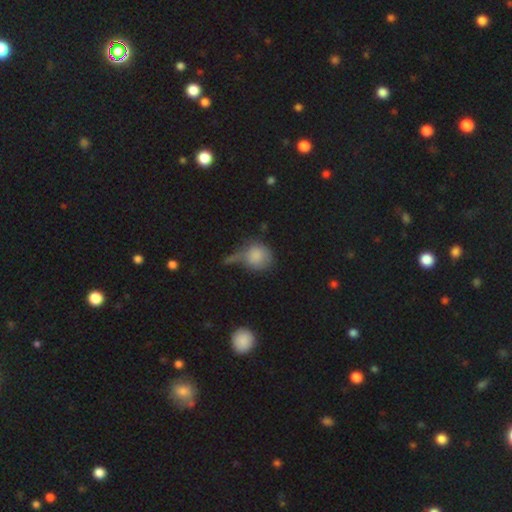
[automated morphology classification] This is likely a smooth galaxy (79%). How rounded: likely round (76%). Merging: marginally none (31%).